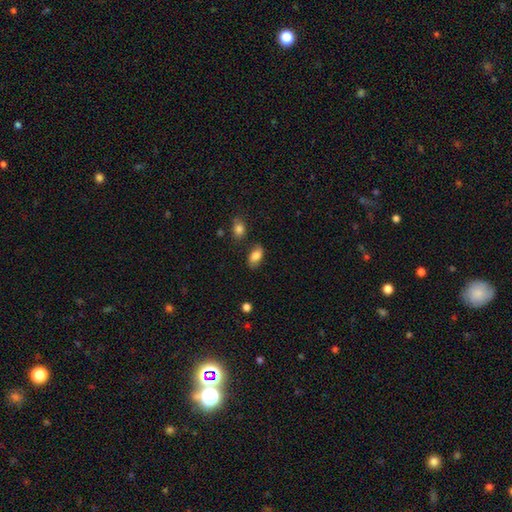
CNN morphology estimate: Smooth or featured: smooth — 77% (featured or disk — 14%)
How rounded: in between — 91% (round — 7%)
Merging: none — 72% (minor disturbance — 19%)